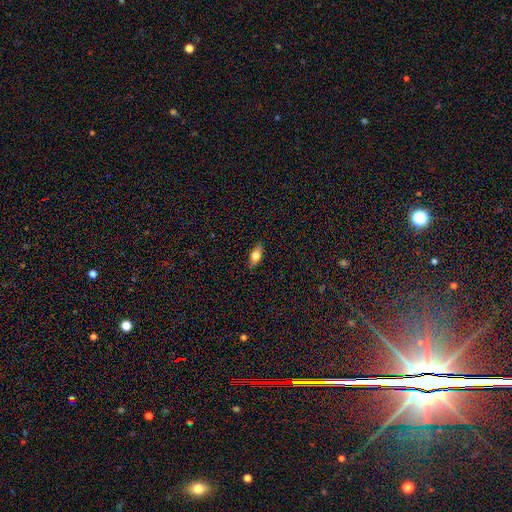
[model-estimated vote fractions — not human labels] Smooth or featured: smooth — 67% (featured or disk — 25%)
How rounded: in between — 80% (cigar-shaped — 14%)
Merging: none — 87% (minor disturbance — 10%)